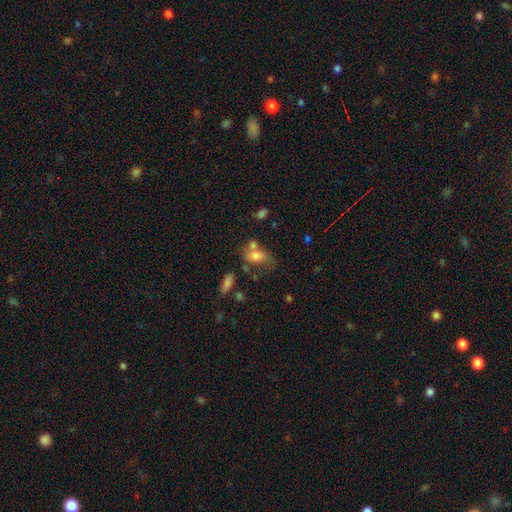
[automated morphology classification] Overall: smooth (72%). How rounded: in between (84%). Merging: none (33%; merger 30%).